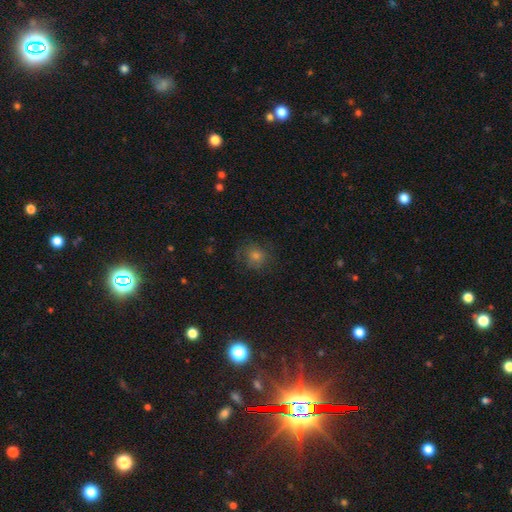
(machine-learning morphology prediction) smooth_or_featured: smooth (p=0.51) [alt: star or artifact p=0.28]
how_rounded: round (p=0.86) [alt: in between p=0.13]
merging: none (p=0.75) [alt: minor disturbance p=0.15]